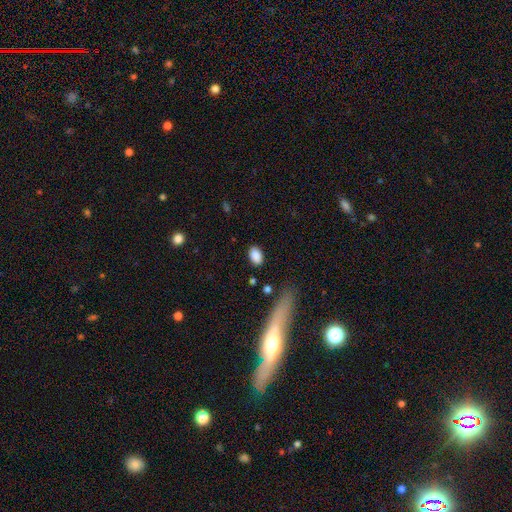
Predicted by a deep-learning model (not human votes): A smooth galaxy with no disk features (87%) that is in between round and cigar-shaped (89%). Merging: none (81%).